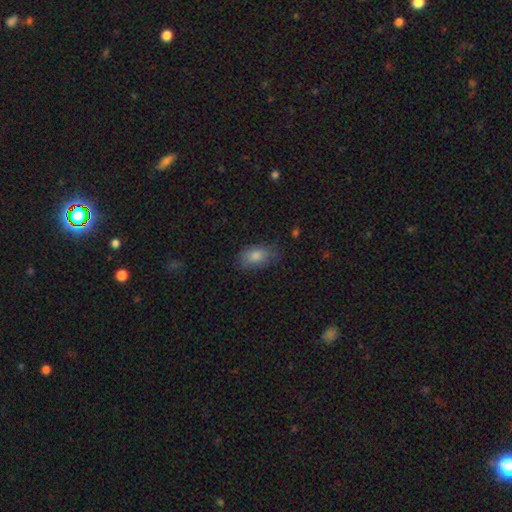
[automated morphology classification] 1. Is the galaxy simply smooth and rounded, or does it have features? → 81% smooth, 10% featured or disk, 9% star or artifact.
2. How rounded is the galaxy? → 87% in between, 10% round, 3% cigar-shaped.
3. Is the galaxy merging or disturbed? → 74% none, 21% minor disturbance, 4% major disturbance, 1% merger.